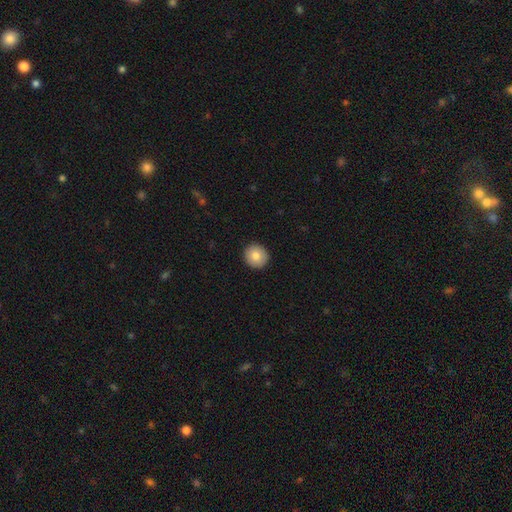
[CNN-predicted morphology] type=smooth (82%); roundness=round (92%); merging=none (93%).